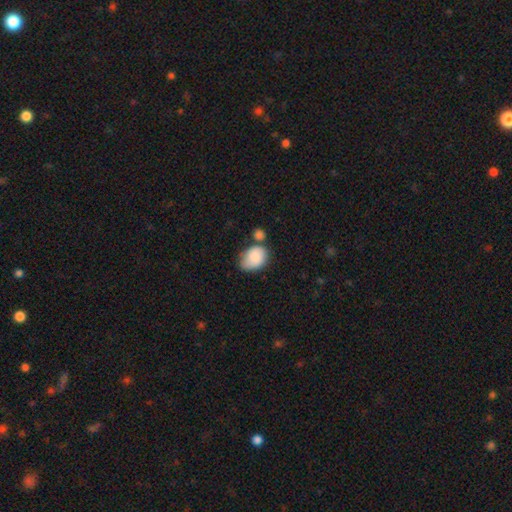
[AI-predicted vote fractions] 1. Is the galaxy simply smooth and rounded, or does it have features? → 83% smooth, 10% featured or disk, 7% star or artifact.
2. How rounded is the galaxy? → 73% in between, 26% round, 1% cigar-shaped.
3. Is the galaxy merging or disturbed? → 41% none, 27% minor disturbance, 23% merger, 9% major disturbance.